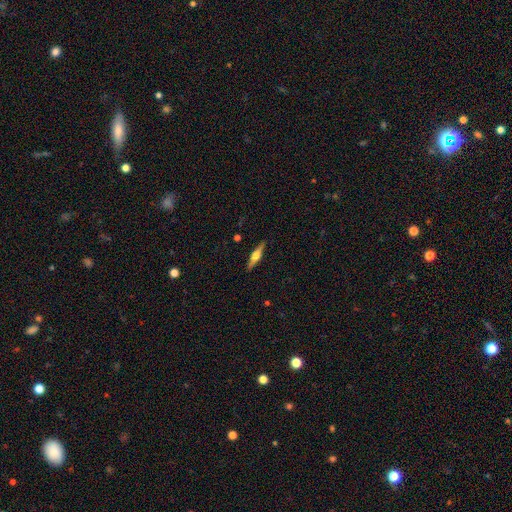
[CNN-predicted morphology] featured or disk 71%, smooth 23%, star or artifact 6%. Down the decision tree: edge-on disk — yes (97%); edge-on bulge — rounded (90%); merging — none (90%).